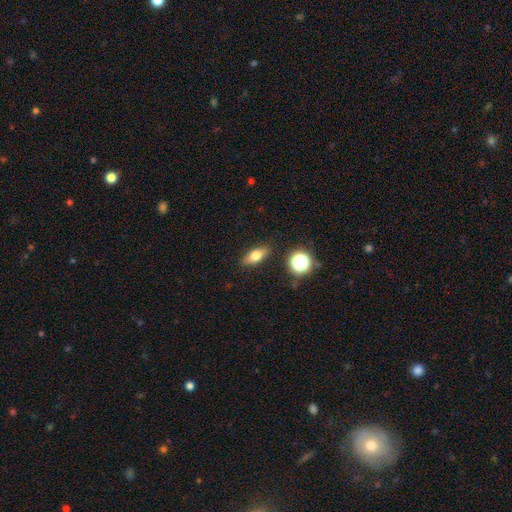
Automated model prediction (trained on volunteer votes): The model was most divided on "smooth or featured": smooth: 69%, featured or disk: 21%, star or artifact: 11%. More confident: merging — none (86%); how rounded — in between (71%).